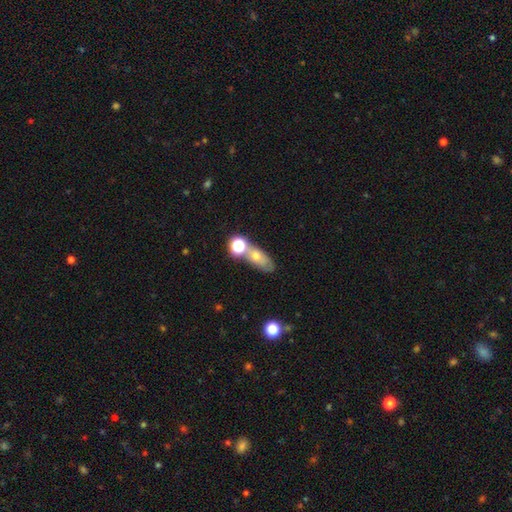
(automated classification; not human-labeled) Smooth or featured: smooth — 59% (featured or disk — 25%)
How rounded: in between — 65% (round — 20%)
Merging: none — 45% (merger — 32%)